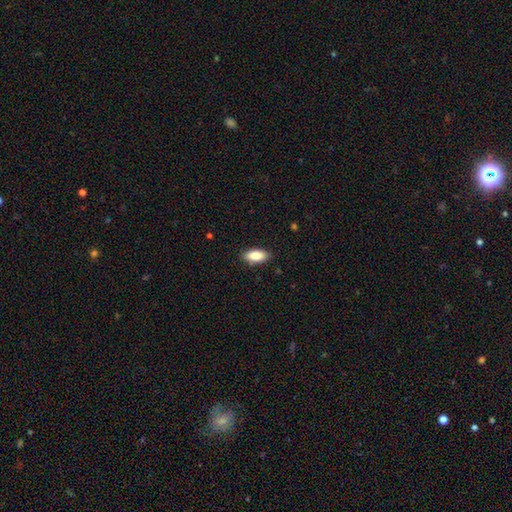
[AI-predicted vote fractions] Smooth or featured?
  - smooth: 85% *
  - featured or disk: 9%
  - star or artifact: 6%
How rounded?
  - in between: 88% *
  - cigar-shaped: 10%
  - round: 2%
Merging?
  - none: 88% *
  - minor disturbance: 9%
  - major disturbance: 2%
  - merger: 1%